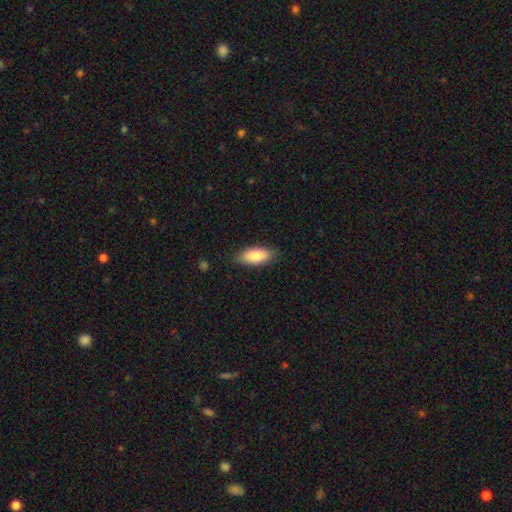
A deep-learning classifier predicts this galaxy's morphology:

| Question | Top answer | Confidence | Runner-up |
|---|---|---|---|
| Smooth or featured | smooth | 85% | featured or disk (9%) |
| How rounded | in between | 81% | cigar-shaped (17%) |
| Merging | none | 84% | minor disturbance (12%) |